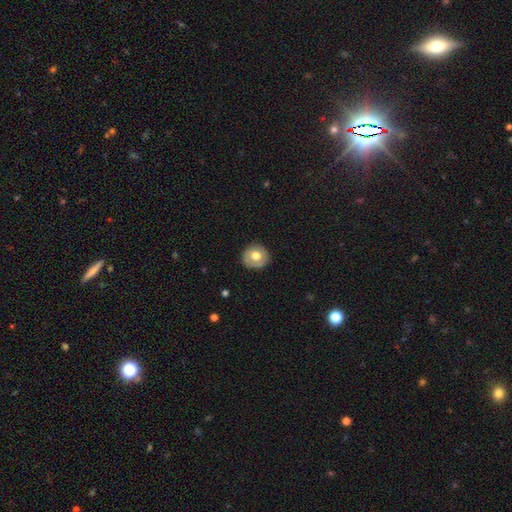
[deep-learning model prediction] smooth-or-featured: smooth: 61% | featured or disk: 32% | star or artifact: 7%
  how-rounded: round: 86% | in between: 13% | cigar-shaped: 1%
  merging: none: 83% | minor disturbance: 13% | major disturbance: 3% | merger: 1%